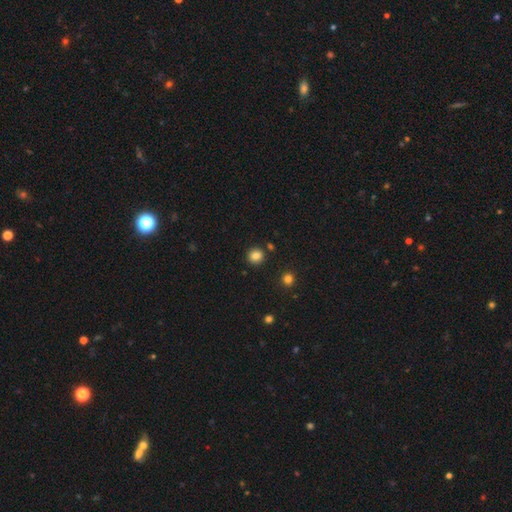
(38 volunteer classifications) A smooth galaxy with no disk features (95%) that is round (89%).

Vote fractions:
- Smooth or featured? smooth: 95% / star or artifact: 5% / featured or disk: 0%
- How rounded? round: 89% / in between: 11% / cigar-shaped: 0%
- Merging? none: 89% / minor disturbance: 6% / major disturbance: 3% / merger: 3%